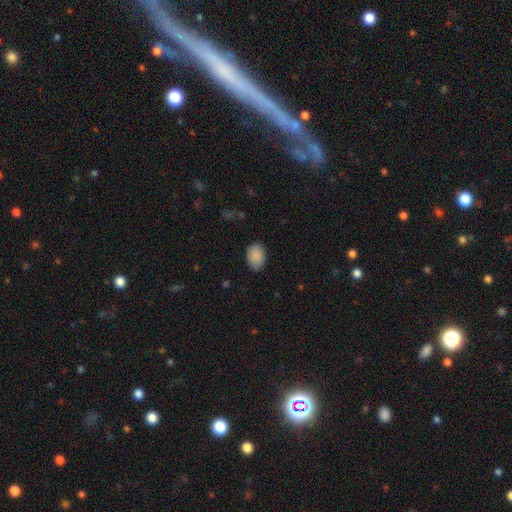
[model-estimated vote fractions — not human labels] smooth 90%, star or artifact 7%, featured or disk 4%. Down the decision tree: how rounded — in between (75%); merging — none (82%).